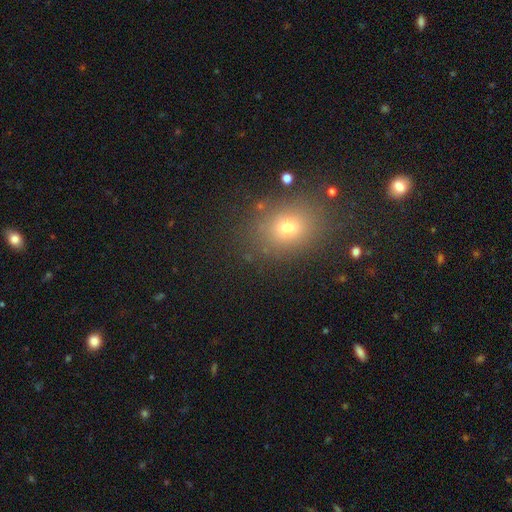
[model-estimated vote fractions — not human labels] Smooth or featured: smooth — 62% (star or artifact — 28%)
How rounded: in between — 50% (round — 49%)
Merging: none — 86% (minor disturbance — 9%)